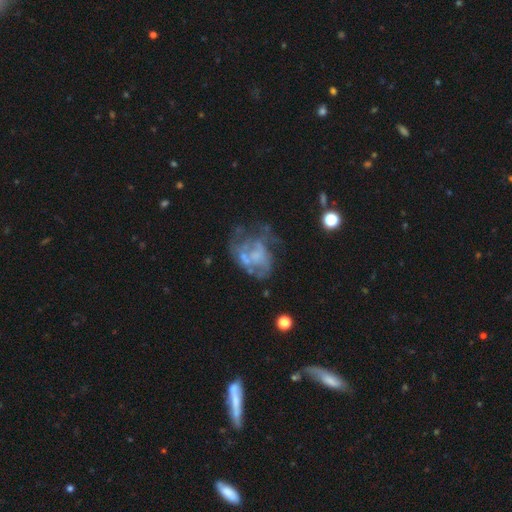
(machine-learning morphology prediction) smooth_or_featured: featured or disk (p=0.67) [alt: smooth p=0.21]
disk_edge_on: no (p=0.98) [alt: yes p=0.02]
bar: no (p=0.83) [alt: weak p=0.14]
has_spiral_arms: no (p=0.69) [alt: yes p=0.31]
bulge_size: none (p=0.59) [alt: small p=0.18]
merging: none (p=0.35) [alt: major disturbance p=0.34]